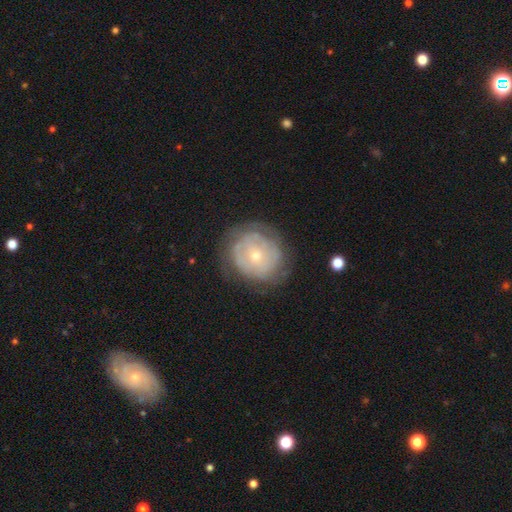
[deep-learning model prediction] Smooth or featured: featured or disk — 62% (smooth — 30%)
Edge-on disk: no — 97% (yes — 3%)
Bar: no — 84% (weak — 13%)
Spiral arms: yes — 63% (no — 37%)
Bulge size: small — 67% (moderate — 30%)
Merging: none — 71% (minor disturbance — 18%)